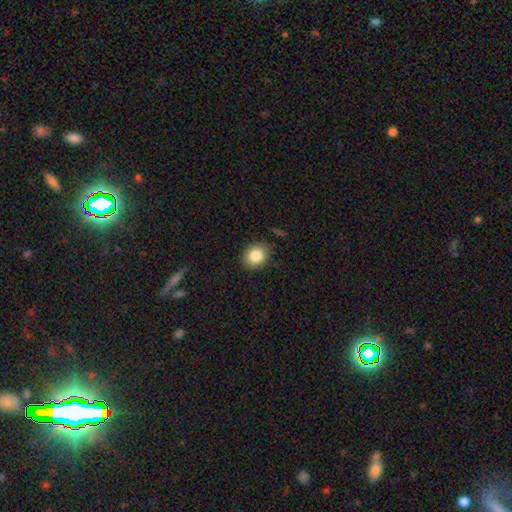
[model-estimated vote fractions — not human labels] This is clearly a smooth galaxy (84%). How rounded: likely round (68%). Merging: clearly none (87%).